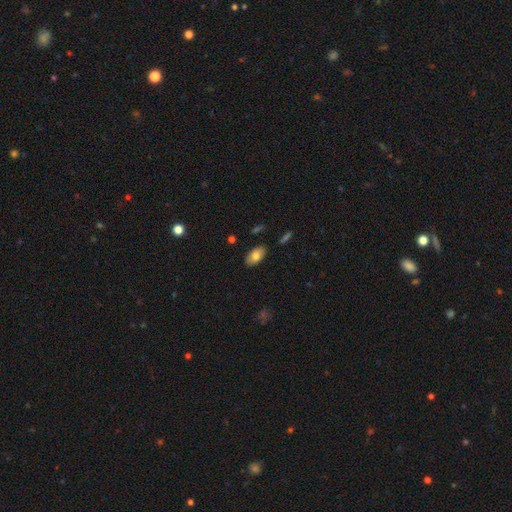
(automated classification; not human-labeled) smooth_or_featured: smooth (p=0.77) [alt: featured or disk p=0.16]
how_rounded: in between (p=0.94) [alt: round p=0.04]
merging: none (p=0.86) [alt: minor disturbance p=0.11]